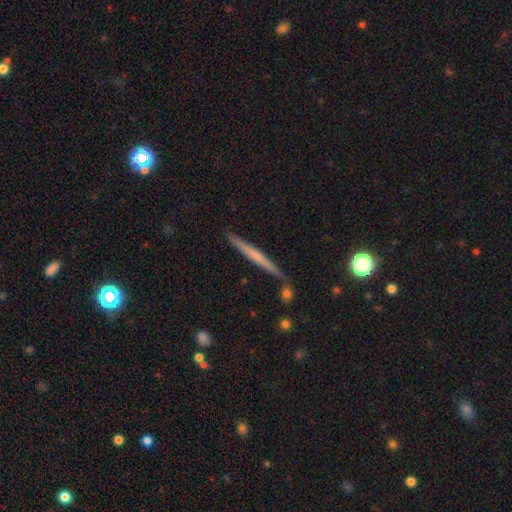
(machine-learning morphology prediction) smooth-or-featured: featured or disk: 51% | smooth: 43% | star or artifact: 6%
  disk-edge-on: yes: 97% | no: 3%
  merging: none: 86% | minor disturbance: 9% | merger: 3% | major disturbance: 2%